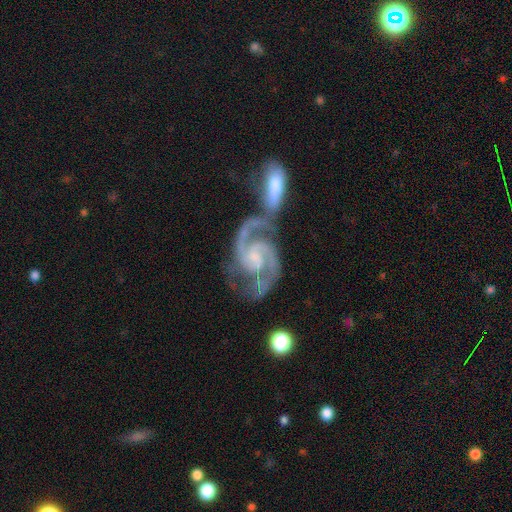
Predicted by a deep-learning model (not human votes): A featured or disk galaxy (92%) with no bar (46%), 2 (91%) medium (59%) spiral arms (98%) and a small central bulge (48%).

Vote fractions:
- Smooth or featured? featured or disk: 92% / star or artifact: 4% / smooth: 3%
- Edge-on disk? no: 98% / yes: 2%
- Bar? no: 46% / weak: 42% / strong: 13%
- Spiral arms? yes: 98% / no: 2%
- Spiral winding? medium: 59% / tight: 28% / loose: 14%
- Spiral arm count? 2: 91% / 3: 3% / can't tell: 2% / 1: 2% / 4: 1% / more than 4: 1%
- Bulge size? small: 48% / none: 27% / moderate: 20% / large: 3% / dominant: 1%
- Merging? merger: 42% / none: 33% / minor disturbance: 15% / major disturbance: 10%